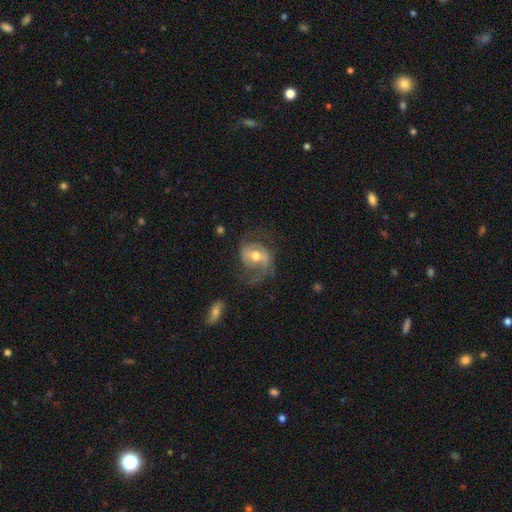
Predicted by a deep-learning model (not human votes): Morphology: type=featured or disk (78%); edge-on=no (97%); bar=weak (43%); spiral arms=yes (90%); winding=medium (46%); arm count=2 (81%); bulge=moderate (74%); merging=none (59%).